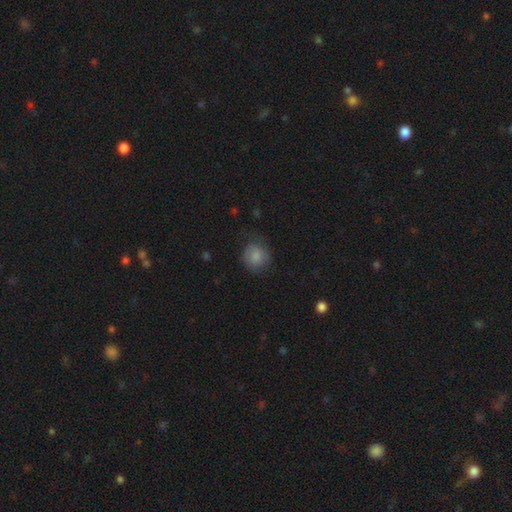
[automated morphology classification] A smooth galaxy with no disk features (80%) that is round (83%). Merging: none (66%).